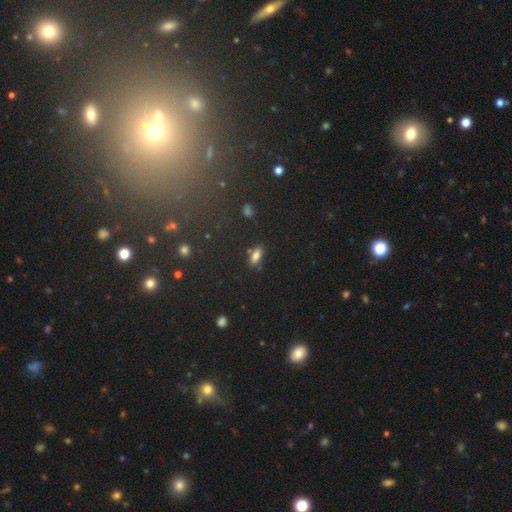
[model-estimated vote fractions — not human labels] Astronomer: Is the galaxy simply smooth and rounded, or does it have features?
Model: smooth — 79%.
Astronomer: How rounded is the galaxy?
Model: in between — 80%.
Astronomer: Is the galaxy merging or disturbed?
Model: none — 80%.